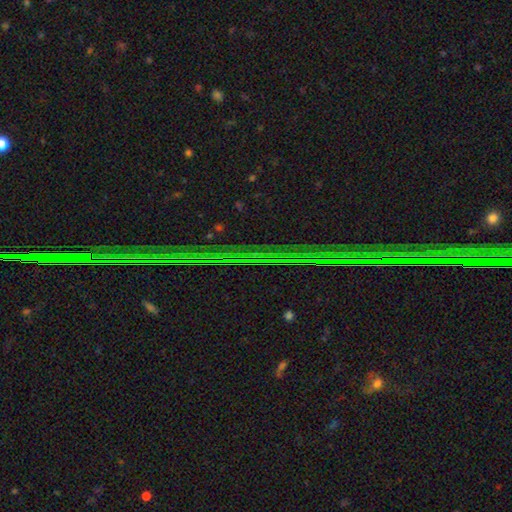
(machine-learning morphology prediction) star or artifact 87%, featured or disk 7%, smooth 6%.